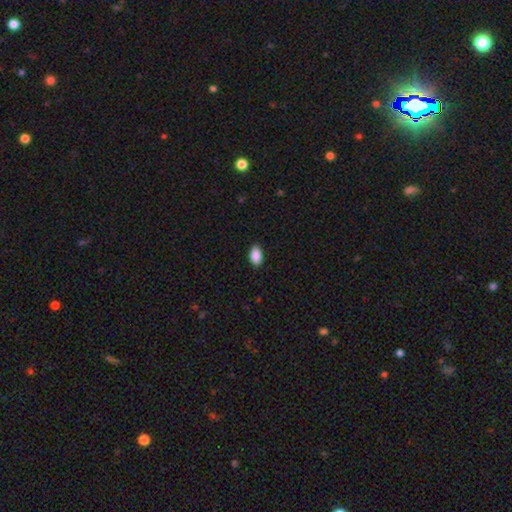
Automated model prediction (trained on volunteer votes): smooth 90%, star or artifact 7%, featured or disk 3%. Down the decision tree: how rounded — in between (92%); merging — none (89%).